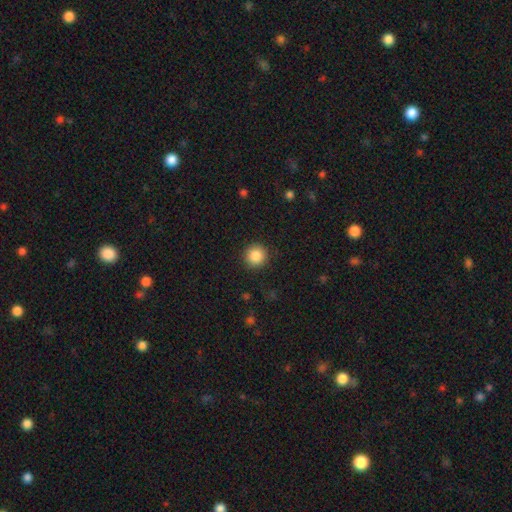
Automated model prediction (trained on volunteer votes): smooth-or-featured: smooth: 87% | star or artifact: 9% | featured or disk: 4%
  how-rounded: round: 95% | in between: 4% | cigar-shaped: 1%
  merging: none: 92% | minor disturbance: 5% | major disturbance: 2% | merger: 1%